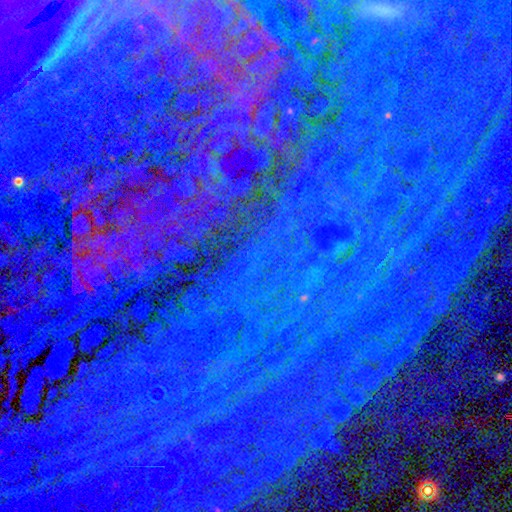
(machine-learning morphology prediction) Smooth or featured: star or artifact — 84% (smooth — 8%)